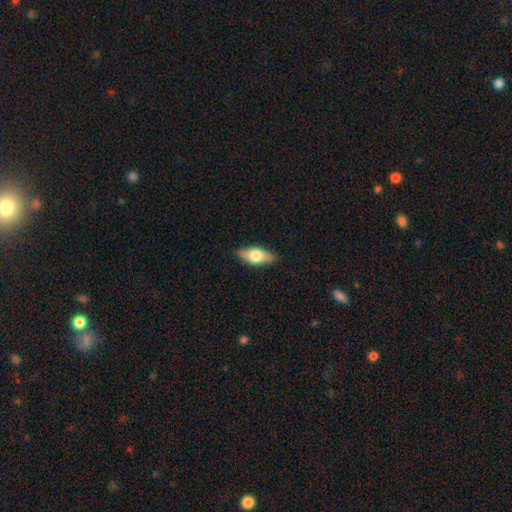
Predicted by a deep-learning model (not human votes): Q: Smooth or featured?
A: smooth (56%); runner-up: featured or disk (37%)
Q: How rounded?
A: in between (75%); runner-up: cigar-shaped (21%)
Q: Merging?
A: none (86%); runner-up: minor disturbance (11%)